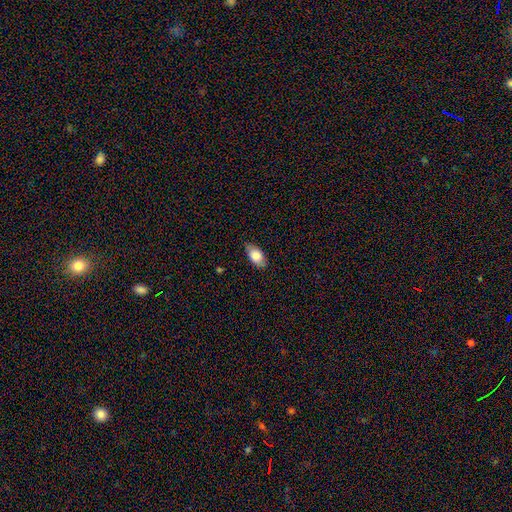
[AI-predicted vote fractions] Q: Smooth or featured?
A: smooth (83%); runner-up: featured or disk (11%)
Q: How rounded?
A: in between (92%); runner-up: round (5%)
Q: Merging?
A: none (81%); runner-up: minor disturbance (15%)